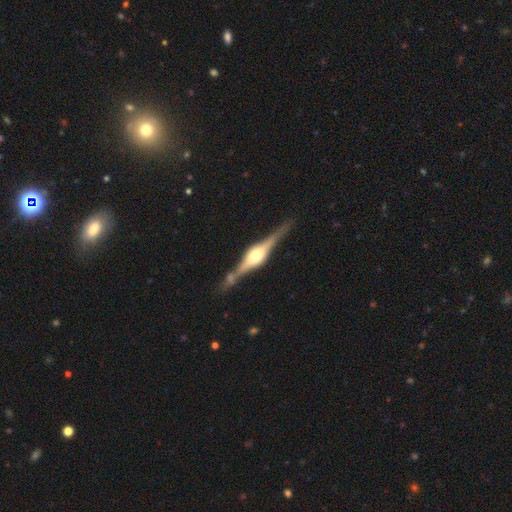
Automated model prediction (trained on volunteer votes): smooth-or-featured: featured or disk: 86% | smooth: 9% | star or artifact: 5%
  disk-edge-on: yes: 98% | no: 2%
    edge-on-bulge: rounded: 85% | boxy: 14% | none: 2%
  merging: none: 81% | minor disturbance: 12% | merger: 4% | major disturbance: 3%